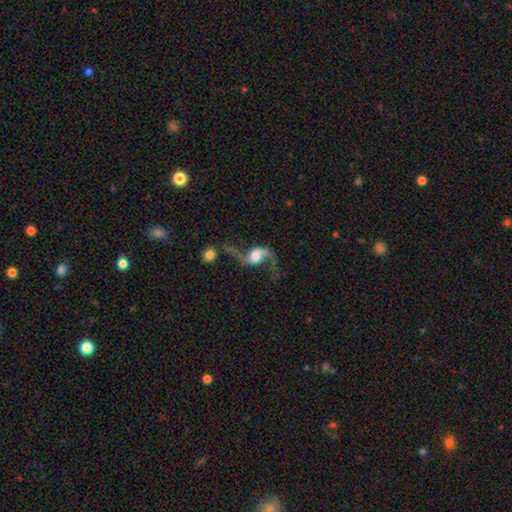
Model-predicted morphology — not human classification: The model was most divided on "bulge size": large: 42%, moderate: 34%, small: 10%, dominant: 8%, none: 5%. Remaining: edge-on disk — no (95%); spiral arms — yes (94%); spiral arm count — 2 (91%); spiral winding — loose (89%); smooth or featured — featured or disk (83%); bar — no (51%); merging — none (45%).